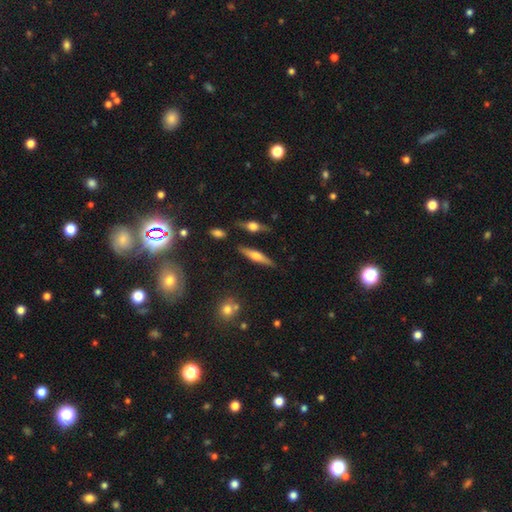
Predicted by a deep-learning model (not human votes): Smooth or featured?
  - featured or disk: 53% *
  - smooth: 39%
  - star or artifact: 7%
Edge-on disk?
  - yes: 94% *
  - no: 6%
Edge-on bulge?
  - rounded: 85% *
  - boxy: 9%
  - none: 6%
Merging?
  - none: 81% *
  - minor disturbance: 11%
  - merger: 5%
  - major disturbance: 3%